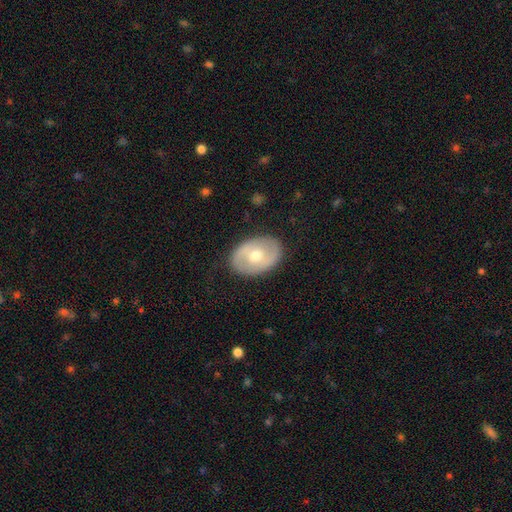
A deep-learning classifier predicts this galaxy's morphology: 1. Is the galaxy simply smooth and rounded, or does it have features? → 57% featured or disk, 38% smooth, 6% star or artifact.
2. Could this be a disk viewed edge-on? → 94% no, 6% yes.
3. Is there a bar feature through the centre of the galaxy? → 55% no, 32% weak, 12% strong.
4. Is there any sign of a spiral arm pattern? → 50% no (tied), 50% yes (tied).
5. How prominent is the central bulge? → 70% moderate, 24% small, 4% large, 1% none, 1% dominant.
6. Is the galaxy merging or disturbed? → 85% none, 11% minor disturbance, 3% major disturbance, 1% merger.